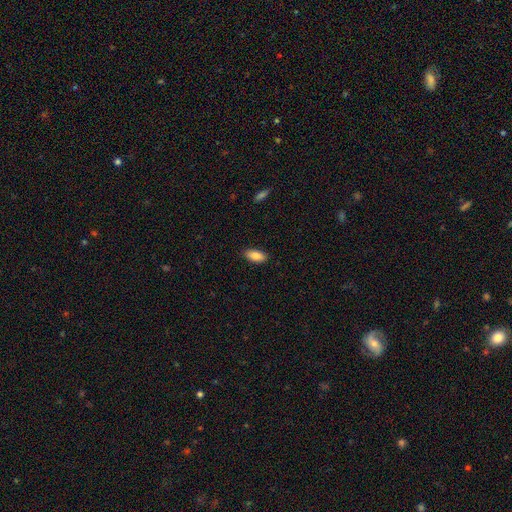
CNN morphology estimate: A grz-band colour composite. It shows a smooth galaxy with no disk features (85%) that is in between round and cigar-shaped (88%). Merging: none (89%).